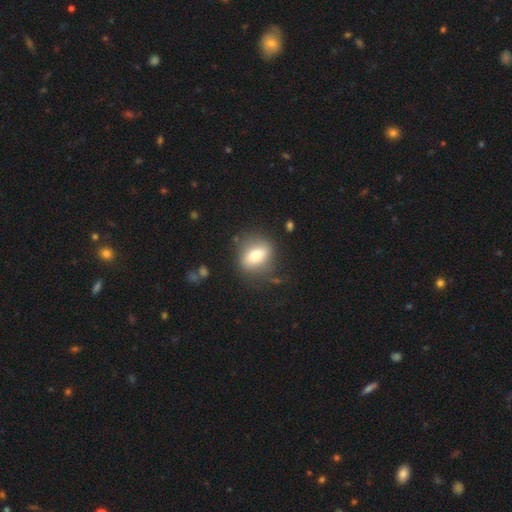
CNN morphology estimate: Overall: smooth (69%). How rounded: in between (54%; round 43%). Merging: none (77%).